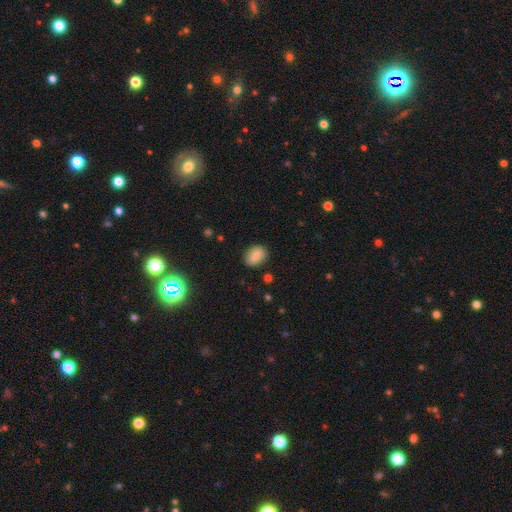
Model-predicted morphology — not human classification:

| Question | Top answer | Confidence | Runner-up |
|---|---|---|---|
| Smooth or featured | smooth | 85% | star or artifact (8%) |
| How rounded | in between | 68% | round (31%) |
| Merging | none | 85% | minor disturbance (11%) |